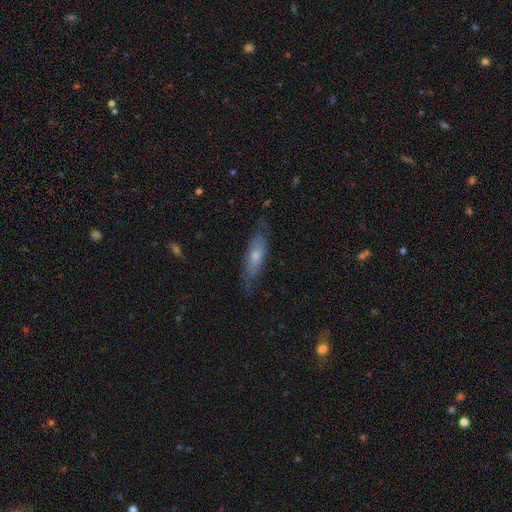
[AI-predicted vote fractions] smooth_or_featured: featured or disk (p=0.47) [alt: smooth p=0.46]
merging: none (p=0.69) [alt: minor disturbance p=0.22]